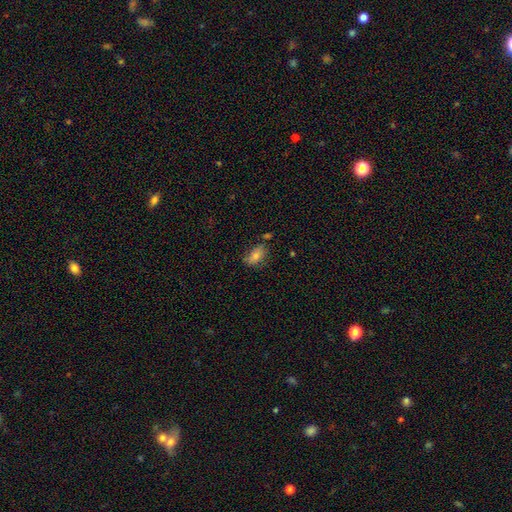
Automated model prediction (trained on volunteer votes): Q: Smooth or featured?
A: smooth (72%); runner-up: featured or disk (17%)
Q: How rounded?
A: in between (87%); runner-up: round (9%)
Q: Merging?
A: none (68%); runner-up: minor disturbance (22%)